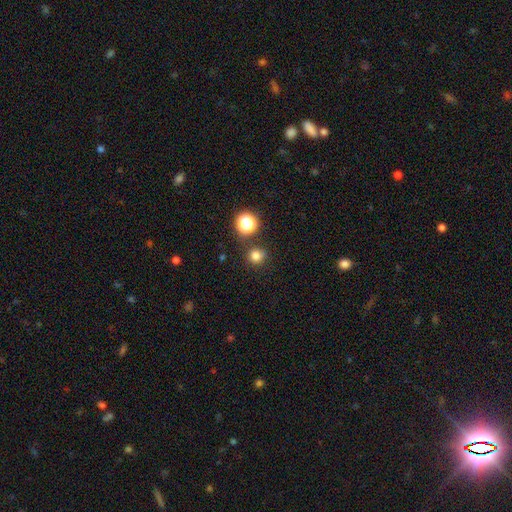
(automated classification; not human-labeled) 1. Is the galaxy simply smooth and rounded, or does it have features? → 77% smooth, 17% star or artifact, 5% featured or disk.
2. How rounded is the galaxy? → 92% round, 7% in between, 1% cigar-shaped.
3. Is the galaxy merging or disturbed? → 84% none, 8% minor disturbance, 5% merger, 3% major disturbance.